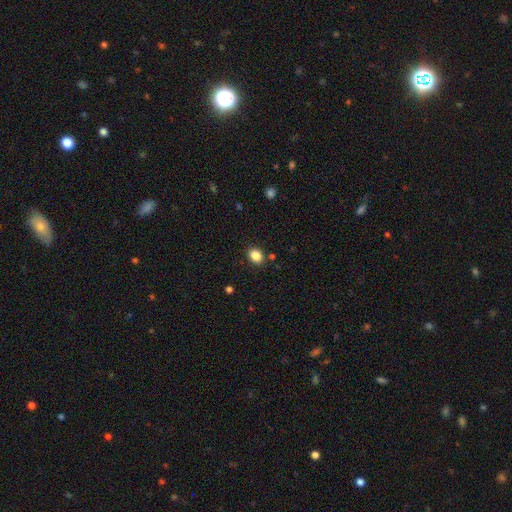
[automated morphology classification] Smooth or featured?
  - smooth: 85% *
  - star or artifact: 10%
  - featured or disk: 5%
How rounded?
  - in between: 58% *
  - round: 41%
  - cigar-shaped: 1%
Merging?
  - none: 87% *
  - minor disturbance: 8%
  - major disturbance: 2%
  - merger: 2%